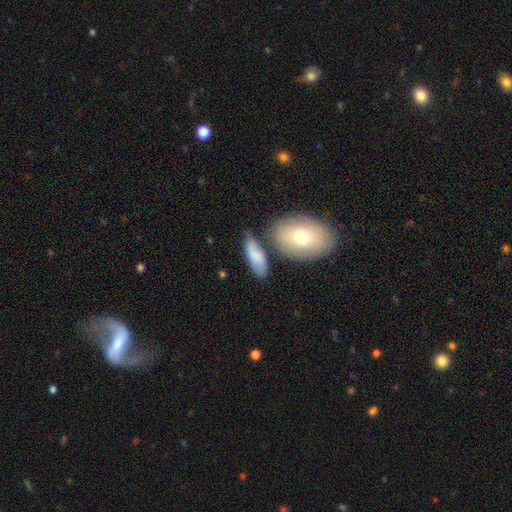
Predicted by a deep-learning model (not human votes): Morphology: type=smooth (73%); roundness=in between (76%); merging=none (60%).